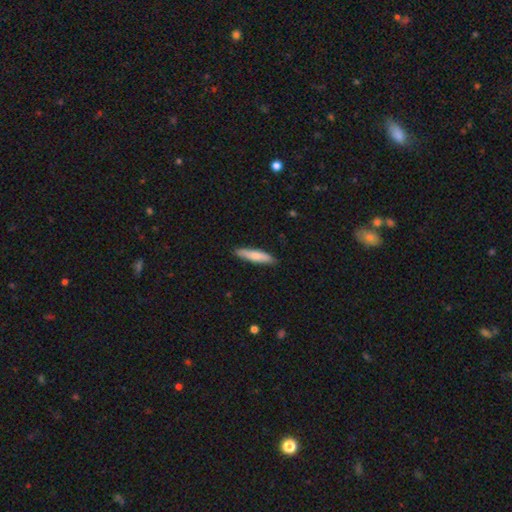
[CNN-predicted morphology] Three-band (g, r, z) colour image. It shows a smooth galaxy with no disk features (75%) that is cigar-shaped (82%). Merging: none (89%).